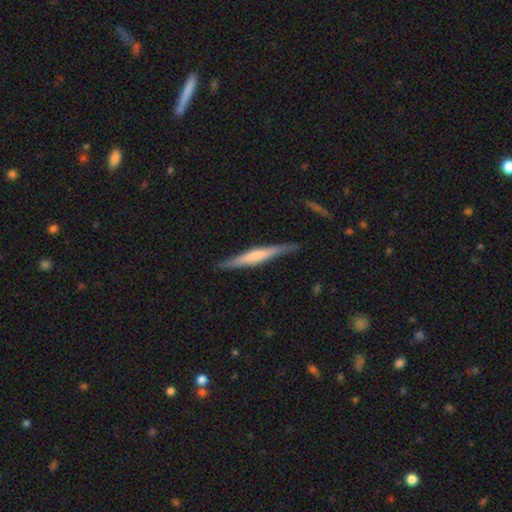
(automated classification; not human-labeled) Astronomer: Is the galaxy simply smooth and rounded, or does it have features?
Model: featured or disk — 55% (runner-up: smooth, 39%).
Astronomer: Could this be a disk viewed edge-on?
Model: yes — 96%.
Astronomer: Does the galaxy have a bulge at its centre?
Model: none — 37% (runner-up: rounded, 36%).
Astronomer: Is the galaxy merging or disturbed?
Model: none — 85%.